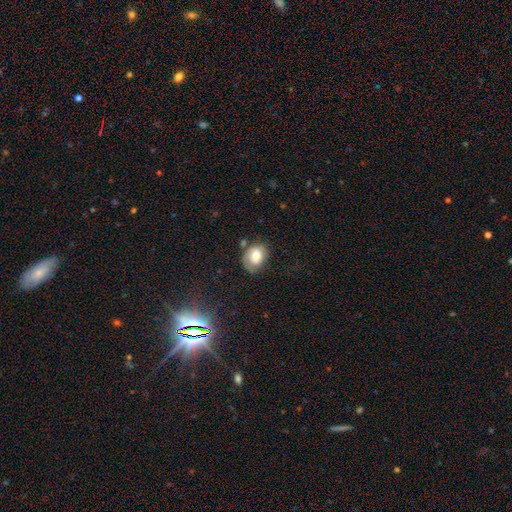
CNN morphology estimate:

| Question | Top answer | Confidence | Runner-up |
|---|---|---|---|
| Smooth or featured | smooth | 67% | featured or disk (24%) |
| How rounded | in between | 67% | round (32%) |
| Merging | none | 51% | minor disturbance (30%) |